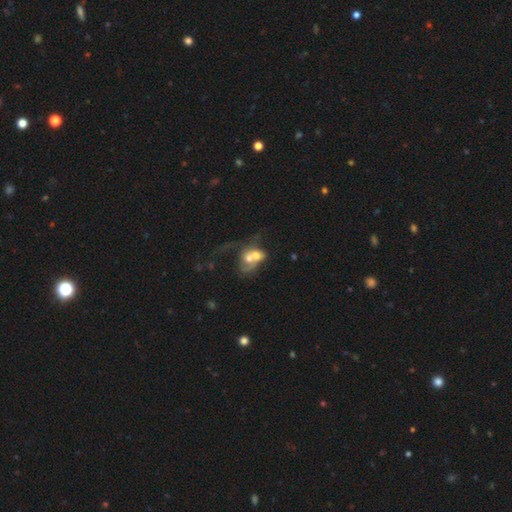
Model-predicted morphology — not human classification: Q: Smooth or featured?
A: smooth (47%); runner-up: featured or disk (44%)
Q: Merging?
A: merger (74%); runner-up: major disturbance (12%)